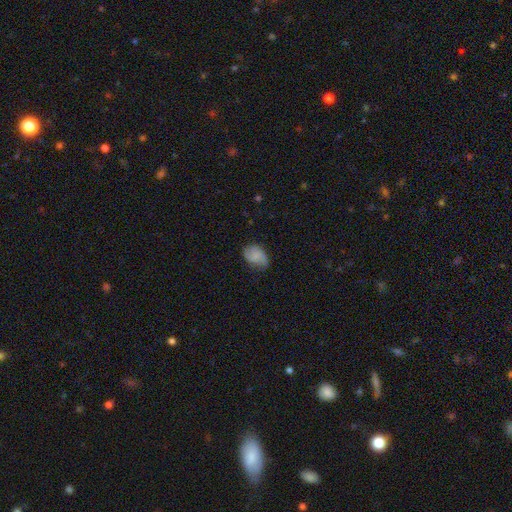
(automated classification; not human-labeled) The model was most divided on "merging": none: 52%, minor disturbance: 37%, major disturbance: 10%, merger: 1%. More confident: how rounded — in between (79%); smooth or featured — smooth (75%).